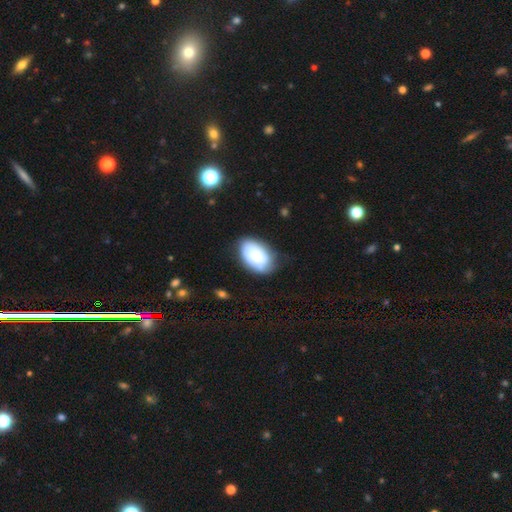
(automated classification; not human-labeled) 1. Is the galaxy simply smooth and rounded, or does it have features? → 69% smooth, 25% featured or disk, 6% star or artifact.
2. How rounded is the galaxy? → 89% in between, 10% round, 1% cigar-shaped.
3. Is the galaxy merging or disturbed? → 69% none, 23% minor disturbance, 6% major disturbance, 2% merger.